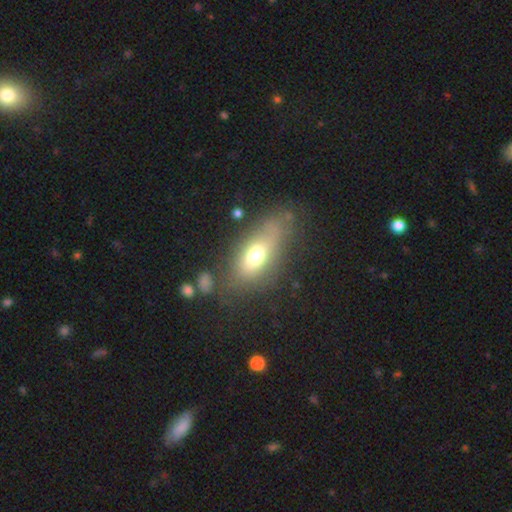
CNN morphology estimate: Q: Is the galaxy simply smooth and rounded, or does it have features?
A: smooth — 63%.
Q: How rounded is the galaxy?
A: in between — 76%.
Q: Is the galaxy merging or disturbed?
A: none — 61%.